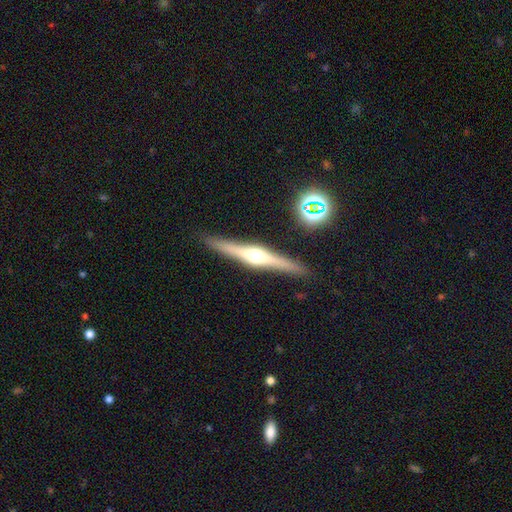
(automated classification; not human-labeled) smooth_or_featured: featured or disk (p=0.77) [alt: smooth p=0.16]
disk_edge_on: yes (p=0.97) [alt: no p=0.03]
edge_on_bulge: rounded (p=0.93) [alt: boxy p=0.05]
merging: none (p=0.90) [alt: minor disturbance p=0.07]